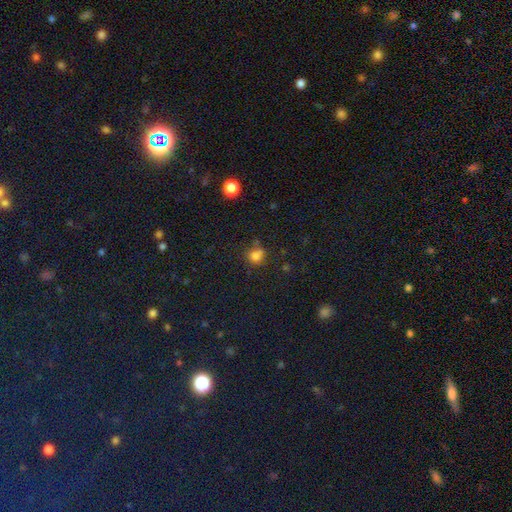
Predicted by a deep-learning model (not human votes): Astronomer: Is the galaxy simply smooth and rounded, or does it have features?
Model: smooth — 76%.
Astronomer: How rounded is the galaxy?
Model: round — 78%.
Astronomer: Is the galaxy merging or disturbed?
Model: none — 57%.